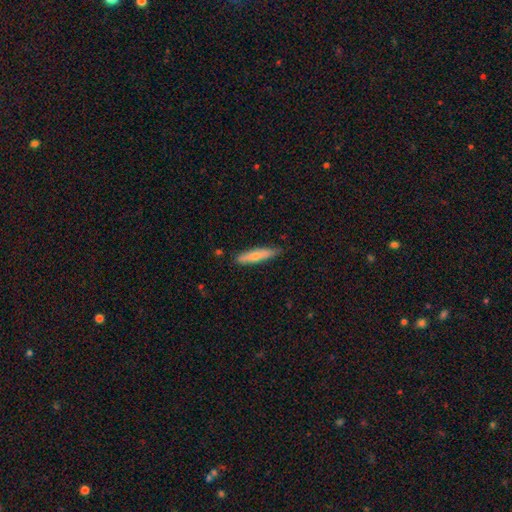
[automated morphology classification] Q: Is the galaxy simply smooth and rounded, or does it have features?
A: smooth — 69%.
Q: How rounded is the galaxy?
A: cigar-shaped — 82%.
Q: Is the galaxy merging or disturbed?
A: none — 80%.